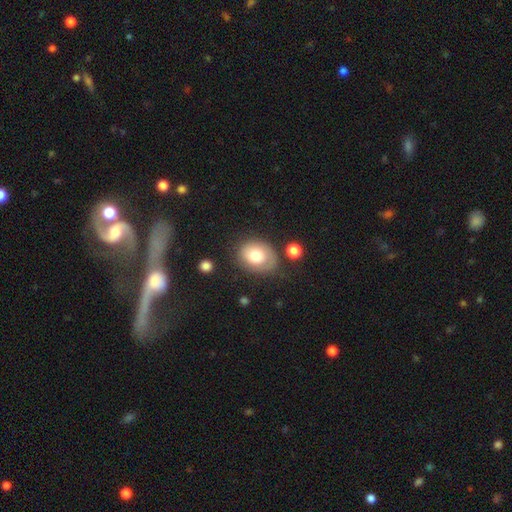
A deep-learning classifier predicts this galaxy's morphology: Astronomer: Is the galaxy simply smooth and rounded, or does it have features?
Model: smooth — 74%.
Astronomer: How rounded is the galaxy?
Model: in between — 55% (runner-up: round, 45%).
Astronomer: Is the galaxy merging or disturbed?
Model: none — 69%.